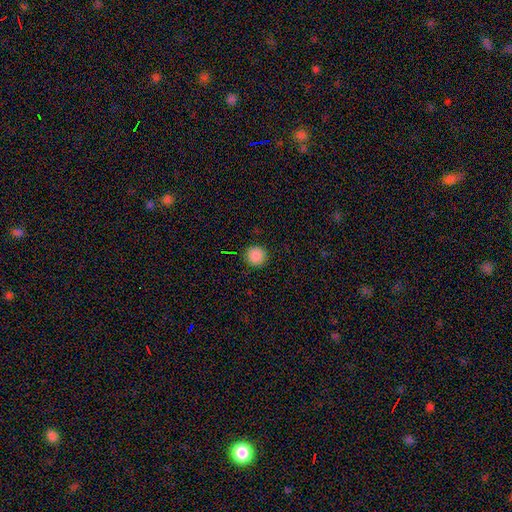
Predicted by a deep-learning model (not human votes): Smooth or featured?
  - smooth: 88% *
  - star or artifact: 10%
  - featured or disk: 3%
How rounded?
  - round: 95% *
  - in between: 4%
  - cigar-shaped: 1%
Merging?
  - none: 92% *
  - minor disturbance: 6%
  - major disturbance: 2%
  - merger: 1%